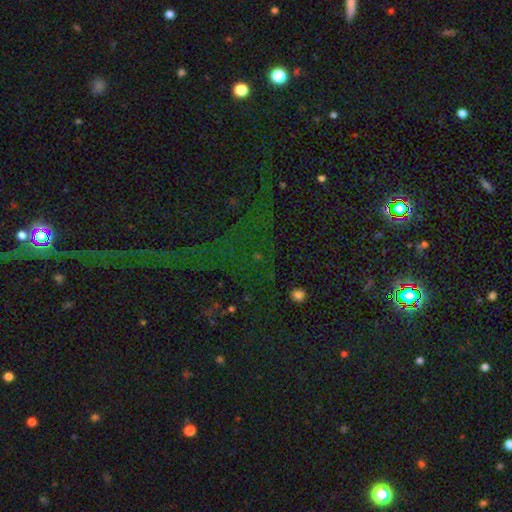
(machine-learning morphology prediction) type=star or artifact (79%).